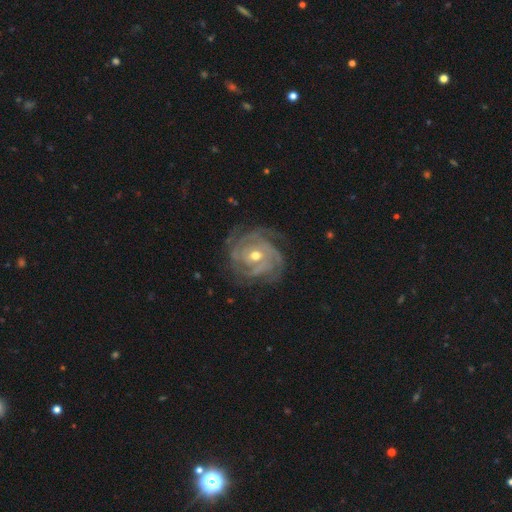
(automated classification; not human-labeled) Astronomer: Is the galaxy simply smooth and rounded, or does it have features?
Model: featured or disk — 90%.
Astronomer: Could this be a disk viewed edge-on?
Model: no — 97%.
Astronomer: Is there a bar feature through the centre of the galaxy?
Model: no — 66%.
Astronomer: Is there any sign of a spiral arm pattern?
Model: yes — 97%.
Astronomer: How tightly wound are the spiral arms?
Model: tight — 72%.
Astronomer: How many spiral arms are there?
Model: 3 — 35% (runner-up: 4, 21%).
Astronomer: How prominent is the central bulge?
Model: moderate — 65%.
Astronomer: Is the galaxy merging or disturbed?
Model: none — 73%.